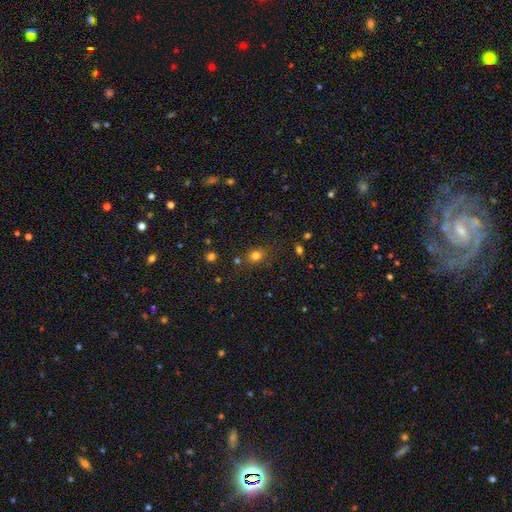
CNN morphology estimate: Overall: smooth (78%). How rounded: round (53%; in between 46%). Merging: none (72%).